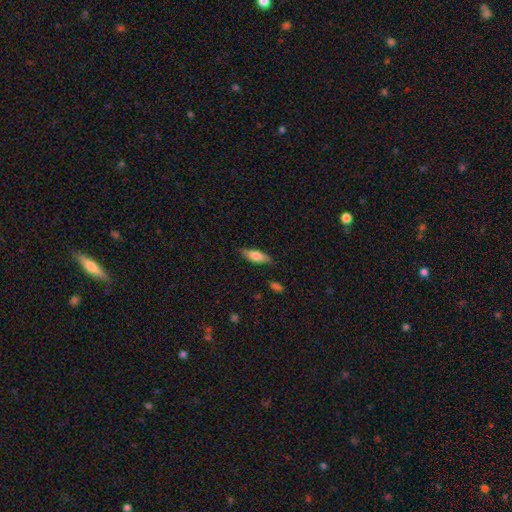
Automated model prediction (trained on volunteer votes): This is likely a smooth galaxy (70%). How rounded: possibly in between (60%). Merging: clearly none (82%).